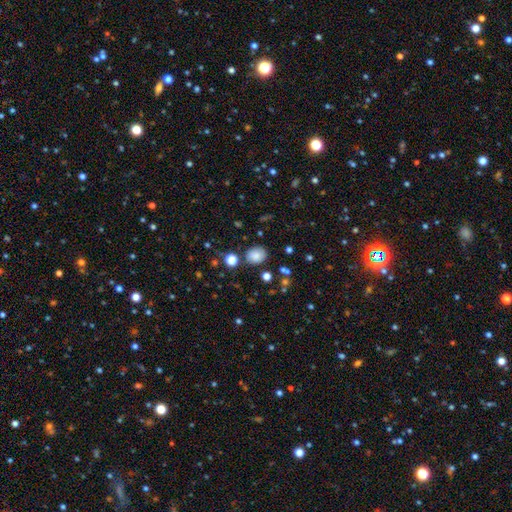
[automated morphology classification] The model was most divided on "how rounded": round: 57%, in between: 42%, cigar-shaped: 1%. More confident: smooth or featured — smooth (82%); merging — none (81%).